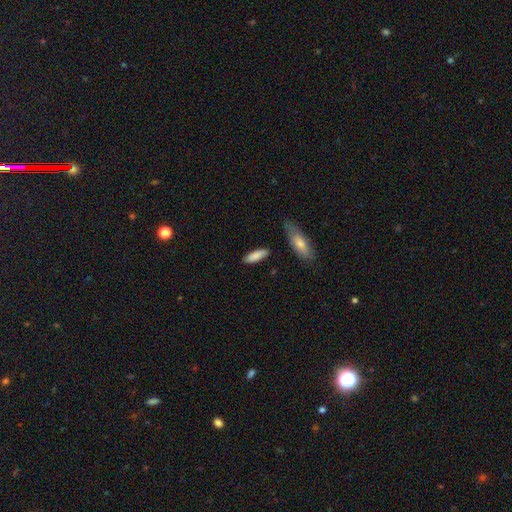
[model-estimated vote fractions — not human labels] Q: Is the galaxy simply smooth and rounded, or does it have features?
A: smooth — 84%.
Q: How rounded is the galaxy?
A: in between — 58%.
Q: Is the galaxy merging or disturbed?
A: none — 79%.